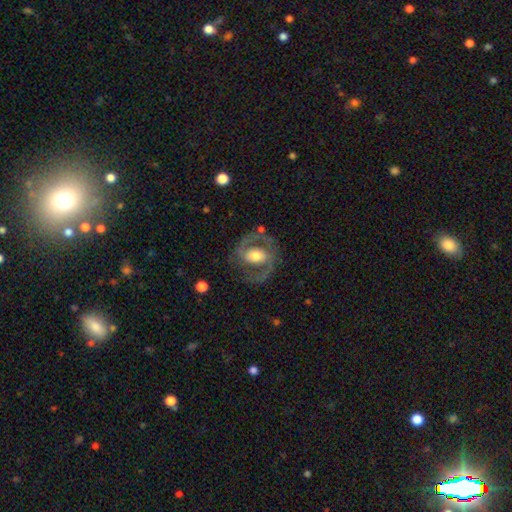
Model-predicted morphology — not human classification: A featured or disk galaxy (85%) with a weak bar (42%), 2 (91%) medium (60%) spiral arms (91%) and a moderate central bulge (63%). Merging: none (76%).